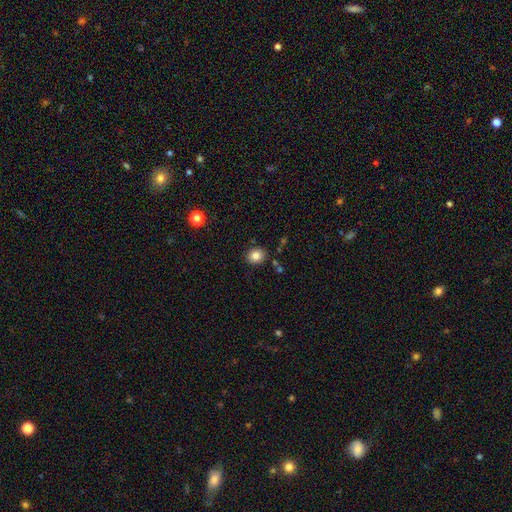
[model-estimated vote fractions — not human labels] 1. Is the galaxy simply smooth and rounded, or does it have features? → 84% smooth, 10% star or artifact, 6% featured or disk.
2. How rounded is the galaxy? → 67% round, 32% in between, 1% cigar-shaped.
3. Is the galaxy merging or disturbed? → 85% none, 9% minor disturbance, 3% merger, 3% major disturbance.